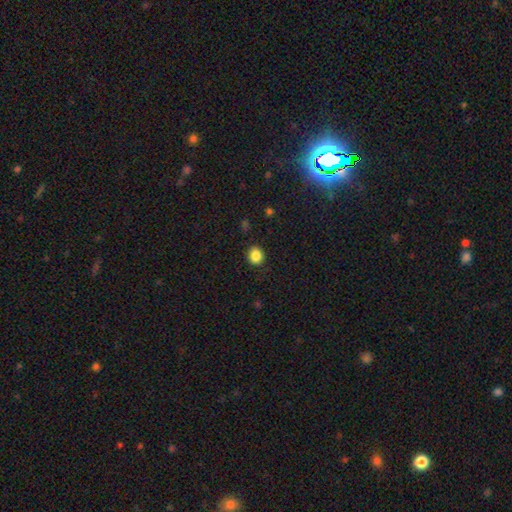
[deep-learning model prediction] A smooth galaxy with no disk features (86%) that is round (75%). Merging: none (88%).